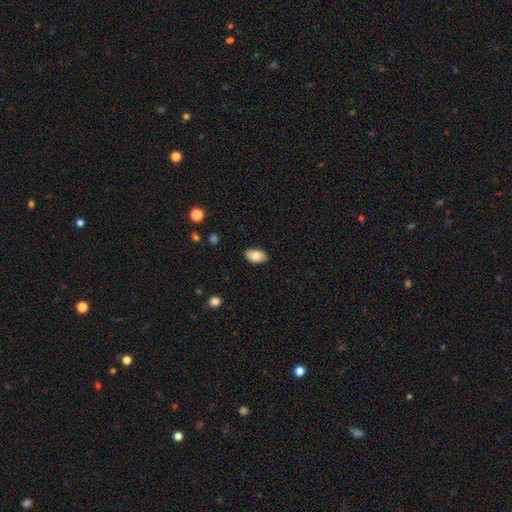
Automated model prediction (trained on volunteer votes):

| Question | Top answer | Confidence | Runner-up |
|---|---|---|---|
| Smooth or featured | smooth | 81% | featured or disk (12%) |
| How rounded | in between | 94% | round (5%) |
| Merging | none | 87% | minor disturbance (10%) |